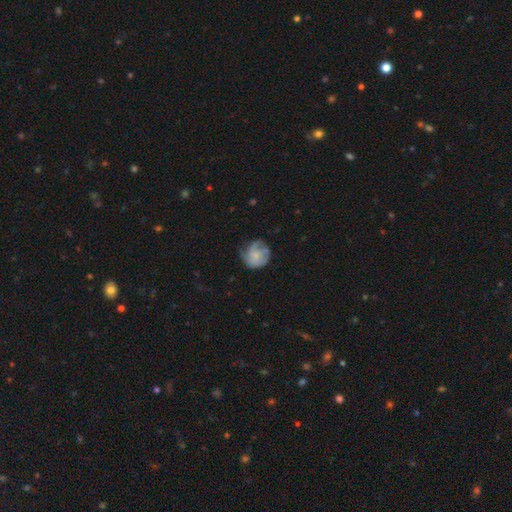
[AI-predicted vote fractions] This appears to be a smooth galaxy with no disk features (51%) that is round (82%). Merging: none (55%).